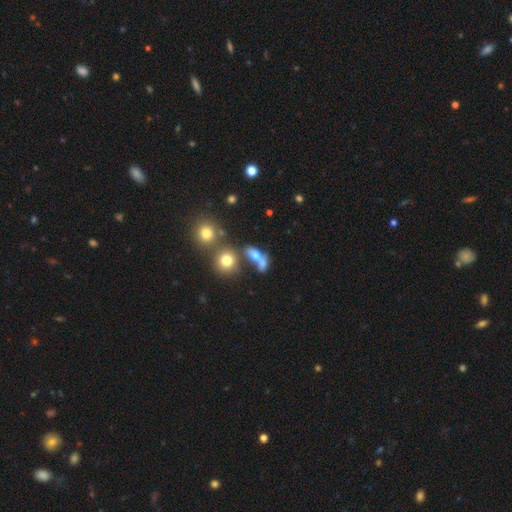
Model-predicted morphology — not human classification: smooth-or-featured: smooth: 66% | featured or disk: 19% | star or artifact: 15%
  how-rounded: in between: 62% | round: 28% | cigar-shaped: 10%
  merging: merger: 42% | none: 37% | minor disturbance: 12% | major disturbance: 10%